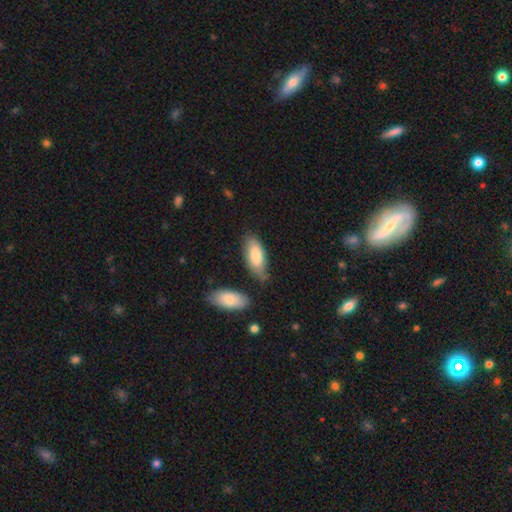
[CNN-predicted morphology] A smooth galaxy with no disk features (79%) that is in between round and cigar-shaped (82%). Merging: none (63%).